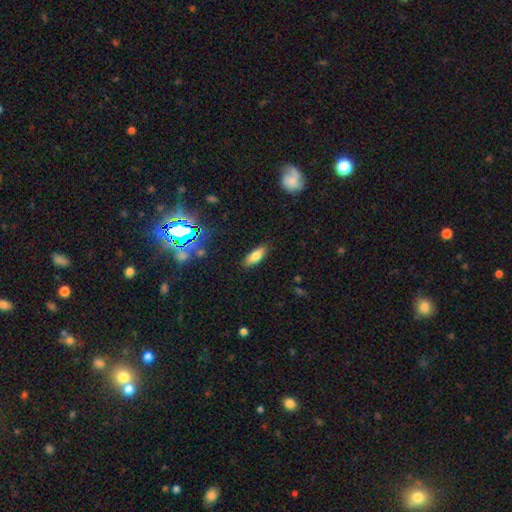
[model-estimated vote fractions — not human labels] A smooth galaxy with no disk features (74%) that is in between round and cigar-shaped (67%).

Vote fractions:
- Smooth or featured? smooth: 74% / featured or disk: 15% / star or artifact: 11%
- How rounded? in between: 67% / cigar-shaped: 30% / round: 3%
- Merging? none: 86% / minor disturbance: 10% / major disturbance: 3% / merger: 1%